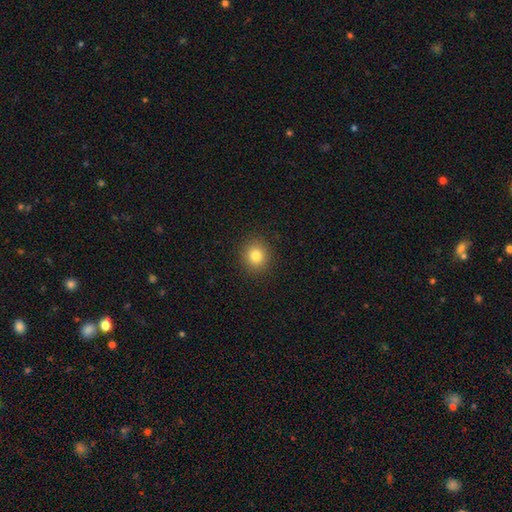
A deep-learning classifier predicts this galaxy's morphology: Smooth or featured? smooth (82%)
How rounded? round (85%)
Merging? none (91%)